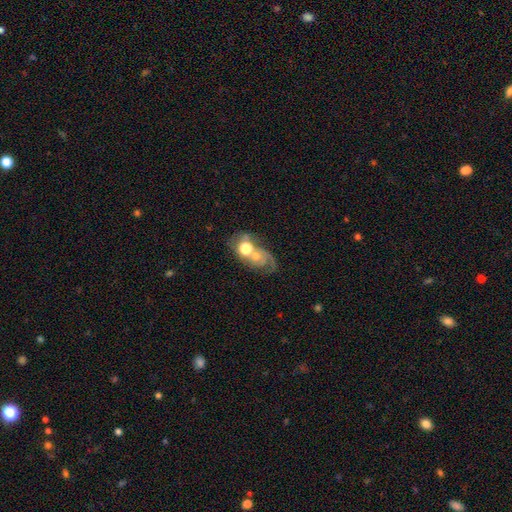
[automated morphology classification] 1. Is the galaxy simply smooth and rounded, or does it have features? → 58% featured or disk, 27% smooth, 16% star or artifact.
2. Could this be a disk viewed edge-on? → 95% no, 5% yes.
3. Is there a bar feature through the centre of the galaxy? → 81% no, 15% weak, 4% strong.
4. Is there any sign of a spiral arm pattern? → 66% yes, 34% no.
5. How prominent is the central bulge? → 59% moderate, 21% small, 11% large, 5% none, 3% dominant.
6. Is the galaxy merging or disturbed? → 38% none, 35% merger, 14% major disturbance, 13% minor disturbance.